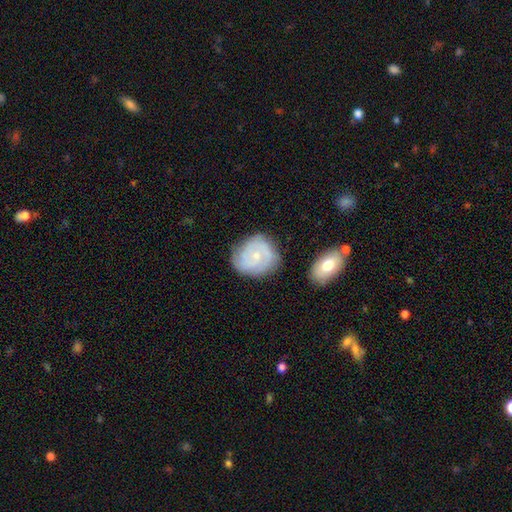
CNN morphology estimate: smooth-or-featured: featured or disk: 73% | smooth: 21% | star or artifact: 6%
  disk-edge-on: no: 98% | yes: 2%
    bar: no: 70% | weak: 26% | strong: 4%
    has-spiral-arms: yes: 92% | no: 8%
      spiral-winding: tight: 60% | medium: 31% | loose: 8%
      spiral-arm-count: 2: 47% | can't tell: 21% | 3: 20% | 1: 4% | 4: 4% | more than 4: 3%
    bulge-size: small: 69% | moderate: 26% | none: 3% | large: 1% | dominant: 1%
  merging: none: 72% | minor disturbance: 18% | major disturbance: 5% | merger: 4%